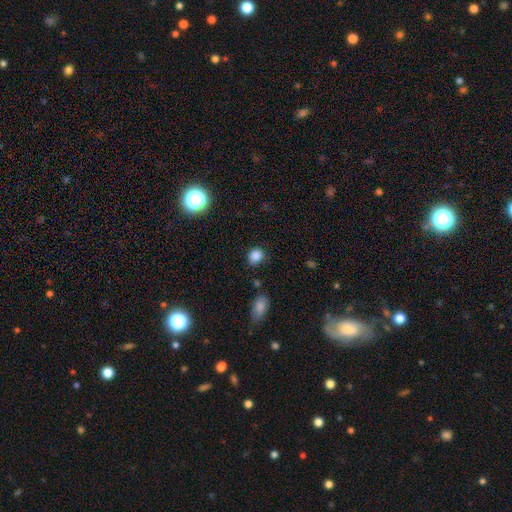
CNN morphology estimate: Smooth or featured? Predicted: smooth (p=0.85). How rounded? Predicted: round (p=0.67). Merging? Predicted: none (p=0.82).